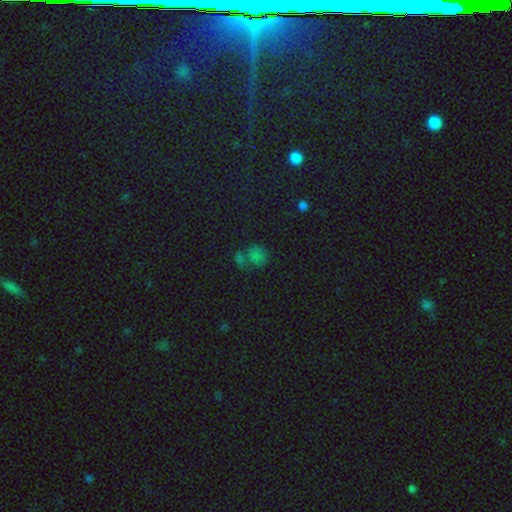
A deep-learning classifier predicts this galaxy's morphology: Smooth or featured: smooth — 54% (star or artifact — 37%)
How rounded: round — 76% (in between — 23%)
Merging: none — 47% (merger — 30%)